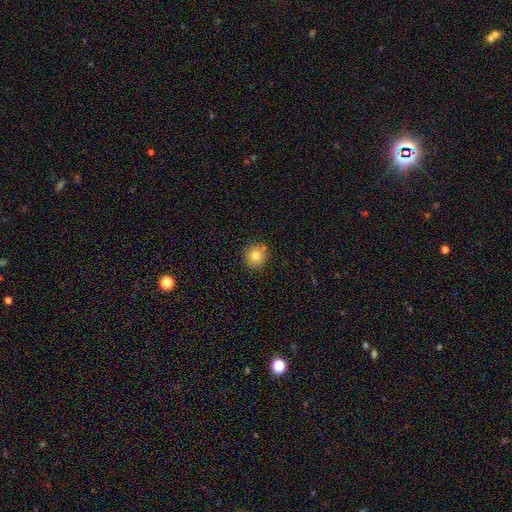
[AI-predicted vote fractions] A smooth galaxy with no disk features (80%) that is round (92%). Merging: none (84%).